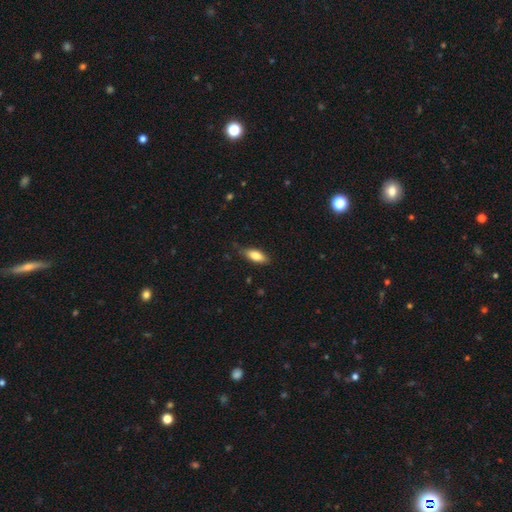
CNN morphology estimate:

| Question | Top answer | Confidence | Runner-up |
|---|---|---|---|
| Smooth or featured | smooth | 81% | featured or disk (13%) |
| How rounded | in between | 77% | cigar-shaped (21%) |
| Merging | none | 76% | minor disturbance (20%) |